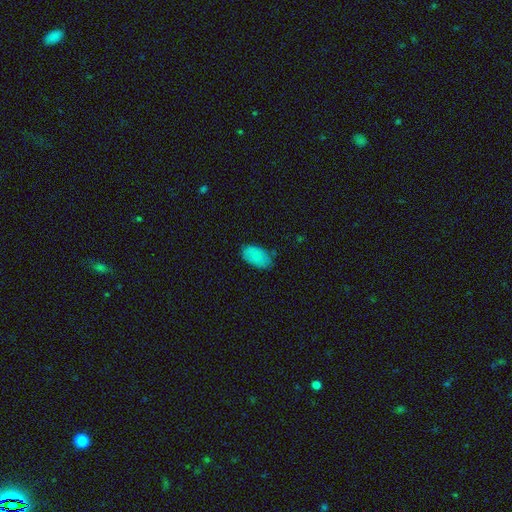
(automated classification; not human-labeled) This appears to be a smooth galaxy with no disk features (86%) that is in between round and cigar-shaped (94%). Merging: none (75%).